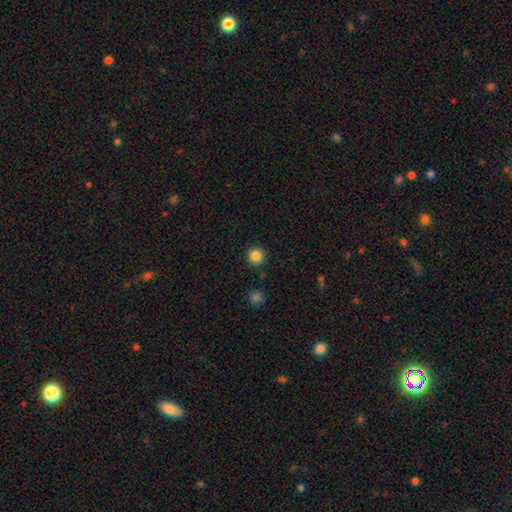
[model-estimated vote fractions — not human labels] This appears to be a smooth galaxy with no disk features (85%) that is round (95%). Merging: none (91%).